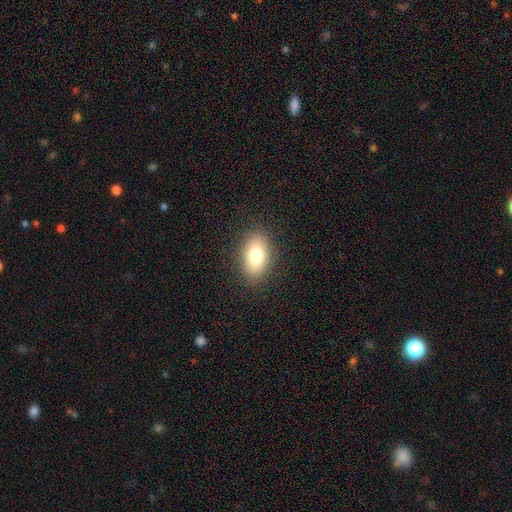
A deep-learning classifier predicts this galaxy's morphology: Smooth or featured? smooth (77%)
How rounded? in between (88%)
Merging? none (87%)